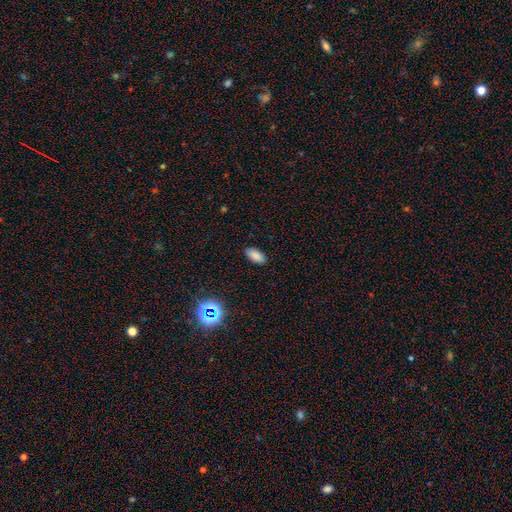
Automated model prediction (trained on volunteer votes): A smooth galaxy with no disk features (83%) that is in between round and cigar-shaped (91%).

Vote fractions:
- Smooth or featured? smooth: 83% / star or artifact: 12% / featured or disk: 5%
- How rounded? in between: 91% / cigar-shaped: 6% / round: 3%
- Merging? none: 88% / minor disturbance: 9% / major disturbance: 2% / merger: 1%